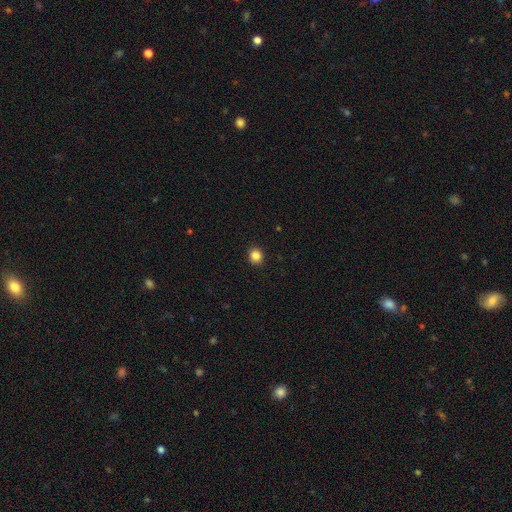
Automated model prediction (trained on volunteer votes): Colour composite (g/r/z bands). It shows a smooth galaxy with no disk features (85%) that is round (85%). Merging: none (92%).